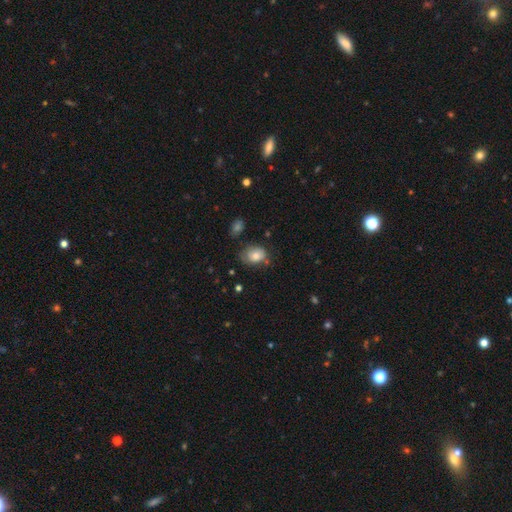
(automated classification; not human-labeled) Smooth or featured? Predicted: smooth (p=0.78). How rounded? Predicted: in between (p=0.69). Merging? Predicted: none (p=0.56).